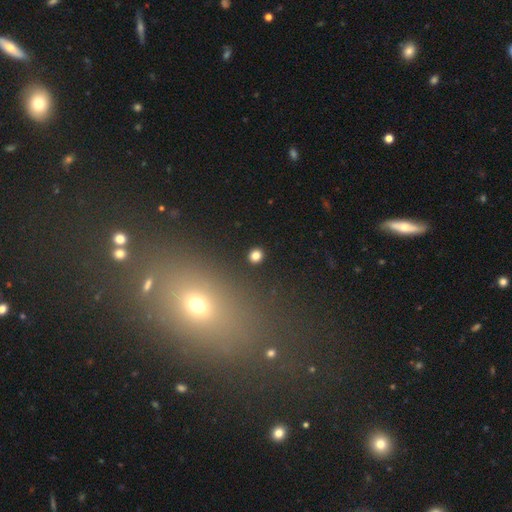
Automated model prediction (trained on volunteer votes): A smooth galaxy with no disk features (81%) that is round (85%).

Vote fractions:
- Smooth or featured? smooth: 81% / star or artifact: 14% / featured or disk: 5%
- How rounded? round: 85% / in between: 14% / cigar-shaped: 1%
- Merging? none: 91% / minor disturbance: 5% / merger: 2% / major disturbance: 2%